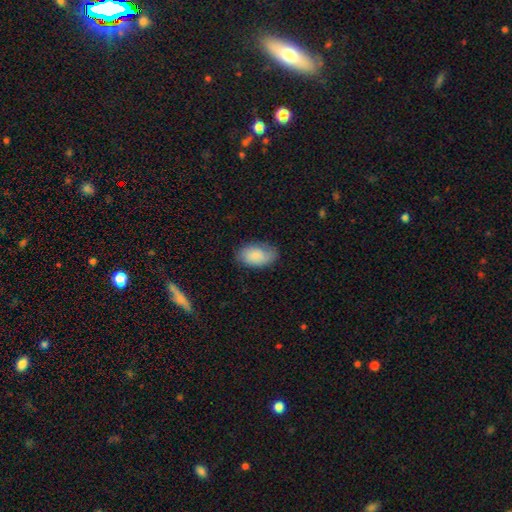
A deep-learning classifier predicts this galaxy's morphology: smooth-or-featured: smooth: 80% | featured or disk: 13% | star or artifact: 6%
  how-rounded: in between: 93% | round: 6% | cigar-shaped: 1%
  merging: none: 74% | minor disturbance: 20% | major disturbance: 5% | merger: 1%